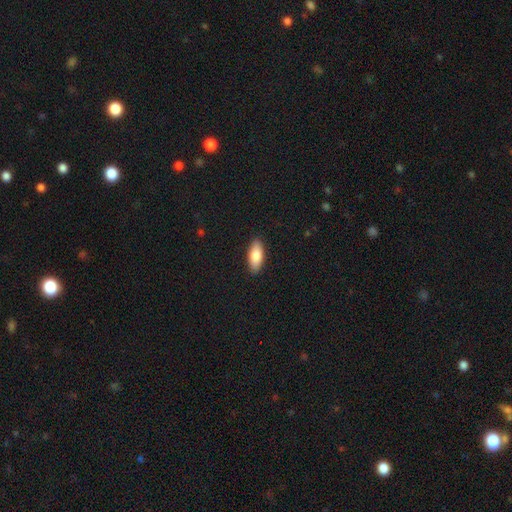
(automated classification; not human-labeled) The model was most divided on "how rounded": in between: 81%, cigar-shaped: 17%, round: 2%. More confident: merging — none (90%); smooth or featured — smooth (82%).